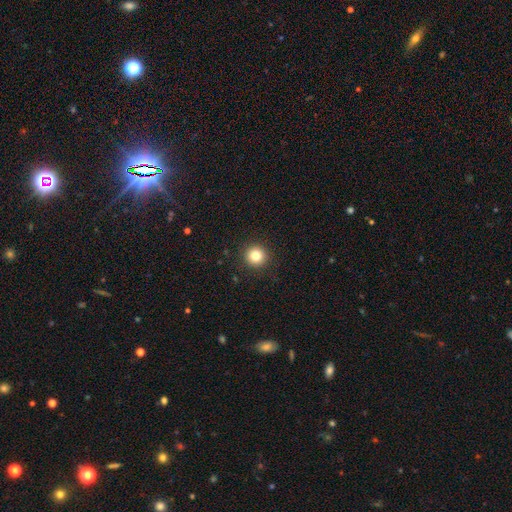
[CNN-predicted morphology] smooth 82%, star or artifact 12%, featured or disk 6%. Down the decision tree: how rounded — round (95%); merging — none (92%).